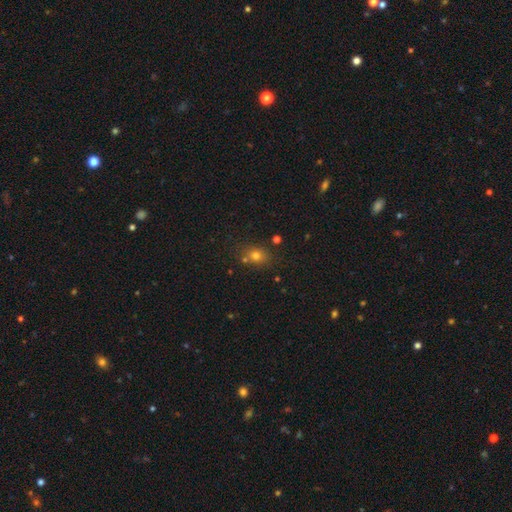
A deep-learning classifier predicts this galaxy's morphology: type=smooth (71%); roundness=round (58%); merging=none (71%).